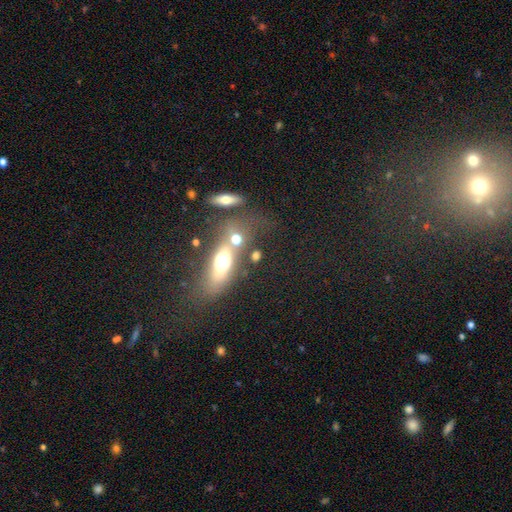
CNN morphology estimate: Q: Smooth or featured?
A: smooth (58%); runner-up: featured or disk (21%)
Q: How rounded?
A: in between (45%); runner-up: round (40%)
Q: Merging?
A: none (48%); runner-up: merger (27%)